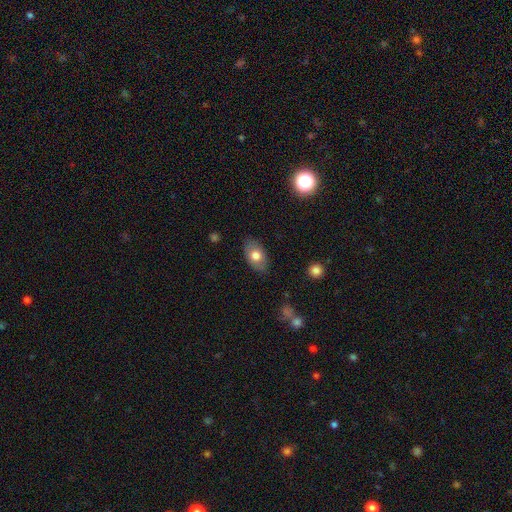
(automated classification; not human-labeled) This appears to be a smooth galaxy with no disk features (71%) that is in between round and cigar-shaped (89%). Merging: none (83%).